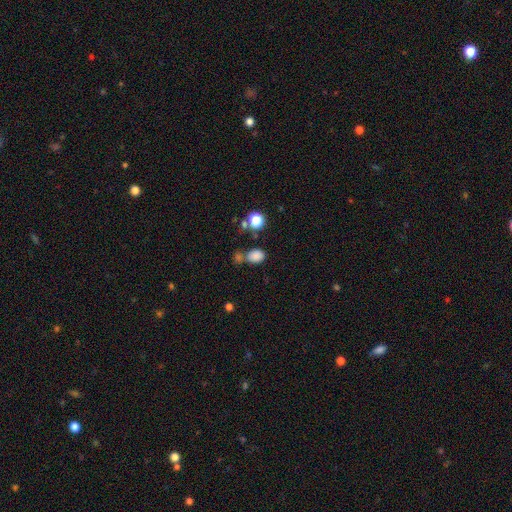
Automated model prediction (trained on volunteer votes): A smooth galaxy with no disk features (81%) that is in between round and cigar-shaped (60%).

Vote fractions:
- Smooth or featured? smooth: 81% / star or artifact: 13% / featured or disk: 5%
- How rounded? in between: 60% / round: 39% / cigar-shaped: 1%
- Merging? none: 60% / merger: 21% / minor disturbance: 13% / major disturbance: 5%